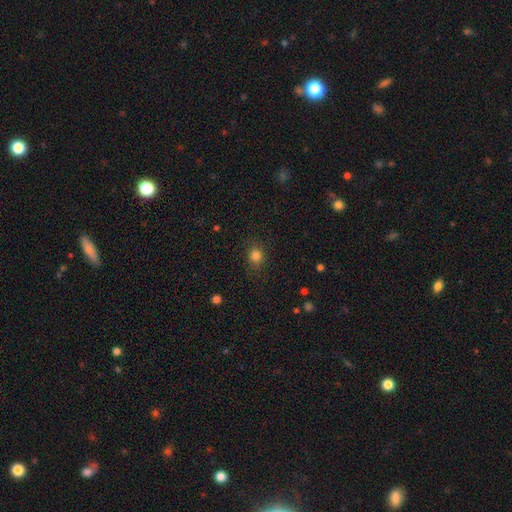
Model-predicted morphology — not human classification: Q: Smooth or featured?
A: smooth (82%); runner-up: star or artifact (13%)
Q: How rounded?
A: round (75%); runner-up: in between (24%)
Q: Merging?
A: none (83%); runner-up: minor disturbance (12%)